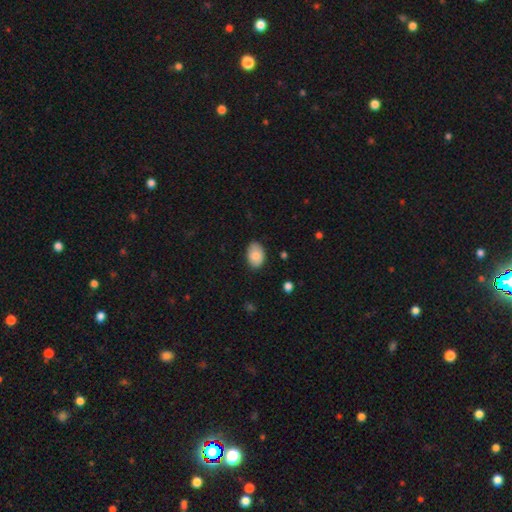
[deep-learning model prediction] The model was most divided on "merging": none: 78%, minor disturbance: 18%, major disturbance: 3%, merger: 1%. More confident: smooth or featured — smooth (86%); how rounded — in between (85%).